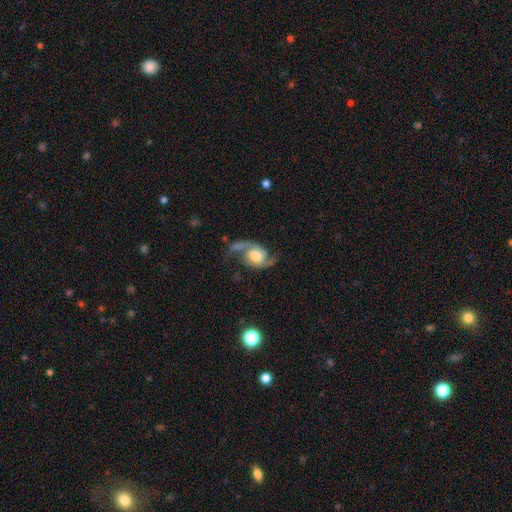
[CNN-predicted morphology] Smooth or featured?
  - featured or disk: 82% *
  - smooth: 12%
  - star or artifact: 6%
Edge-on disk?
  - no: 97% *
  - yes: 3%
Bar?
  - no: 54% *
  - weak: 37%
  - strong: 9%
Spiral arms?
  - yes: 94% *
  - no: 6%
Spiral winding?
  - loose: 57% *
  - medium: 34%
  - tight: 9%
Spiral arm count?
  - 2: 91% *
  - 1: 3%
  - can't tell: 3%
  - 3: 1%
  - 4: 1%
  - more than 4: 1%
Bulge size?
  - moderate: 47% *
  - large: 36%
  - small: 9%
  - dominant: 4%
  - none: 4%
Merging?
  - none: 58% *
  - minor disturbance: 21%
  - major disturbance: 17%
  - merger: 4%